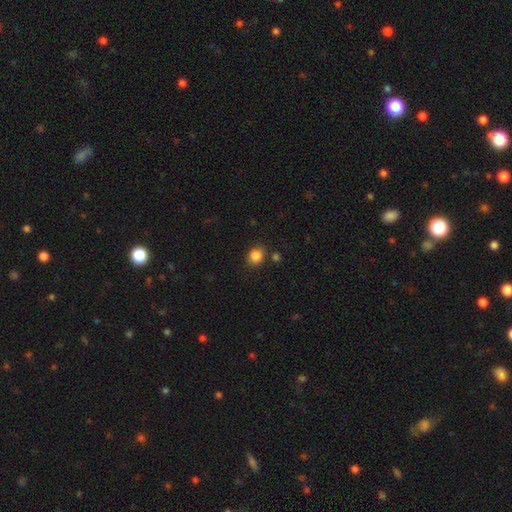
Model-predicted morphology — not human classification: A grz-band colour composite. It shows a smooth galaxy with no disk features (85%) that is round (72%). Merging: none (82%).